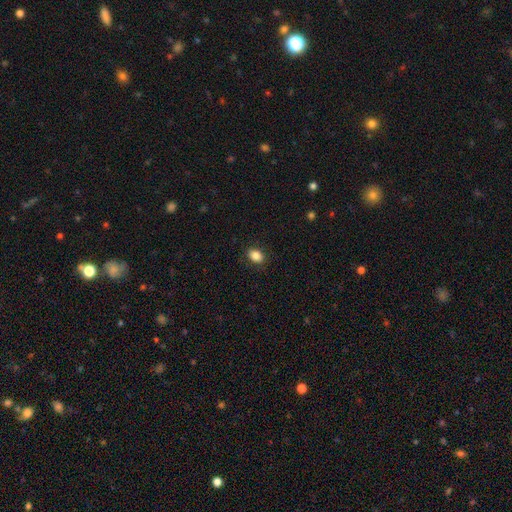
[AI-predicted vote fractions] smooth_or_featured: smooth (p=0.87) [alt: star or artifact p=0.09]
how_rounded: in between (p=0.77) [alt: round p=0.22]
merging: none (p=0.88) [alt: minor disturbance p=0.09]